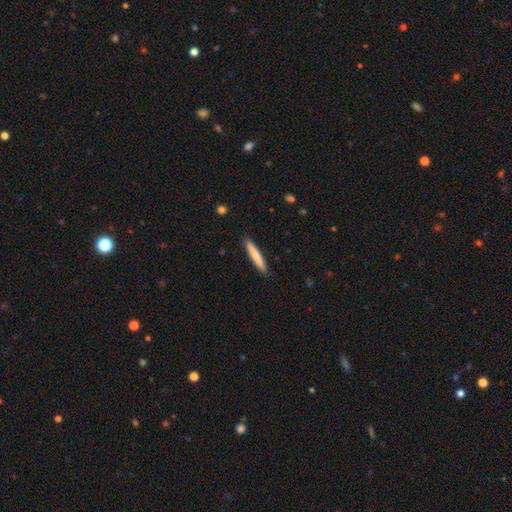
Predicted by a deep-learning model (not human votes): A smooth galaxy with no disk features (75%) that is cigar-shaped (94%).

Vote fractions:
- Smooth or featured? smooth: 75% / featured or disk: 20% / star or artifact: 5%
- How rounded? cigar-shaped: 94% / in between: 5% / round: 1%
- Merging? none: 91% / minor disturbance: 7% / major disturbance: 1% / merger: 1%